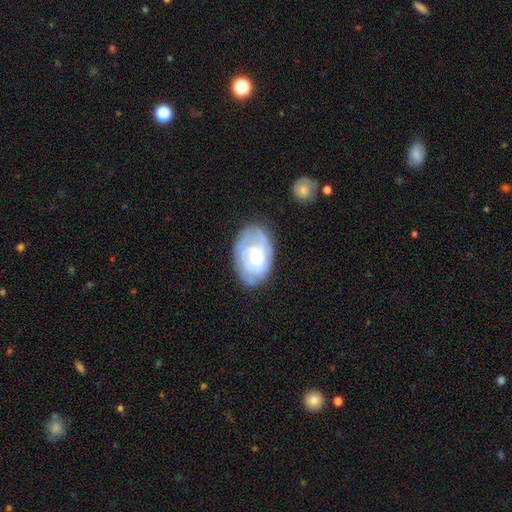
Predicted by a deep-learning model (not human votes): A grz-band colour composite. It shows a featured or disk galaxy (69%) with no bar (73%), tight (56%) spiral arms (86%) and a small central bulge (60%). Merging: none (71%).